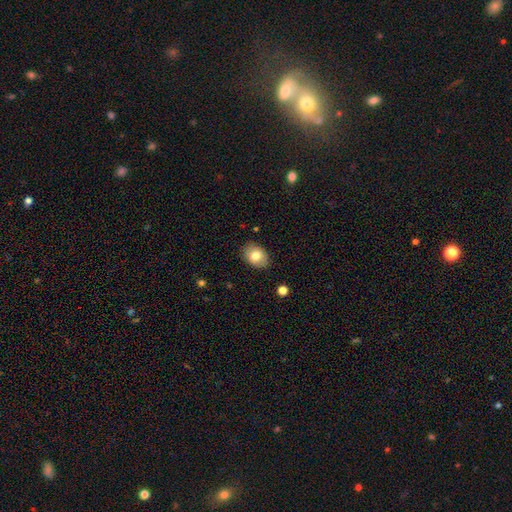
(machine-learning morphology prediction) smooth 80%, featured or disk 12%, star or artifact 8%. Down the decision tree: how rounded — in between (77%); merging — none (86%).